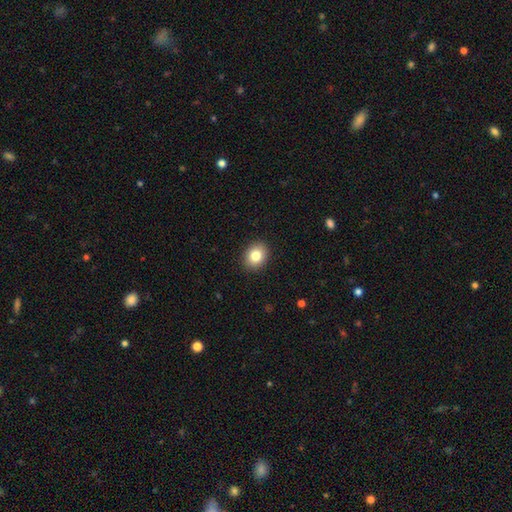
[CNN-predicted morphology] smooth_or_featured: smooth (p=0.83) [alt: star or artifact p=0.09]
how_rounded: round (p=0.53) [alt: in between p=0.46]
merging: none (p=0.91) [alt: minor disturbance p=0.07]